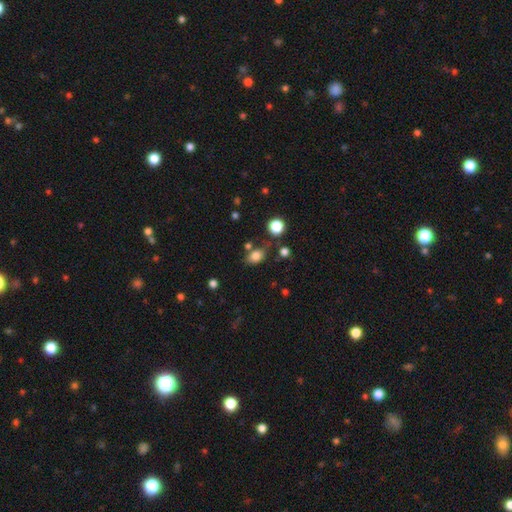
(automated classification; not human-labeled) Smooth or featured? smooth (79%)
How rounded? in between (74%)
Merging? none (63%)